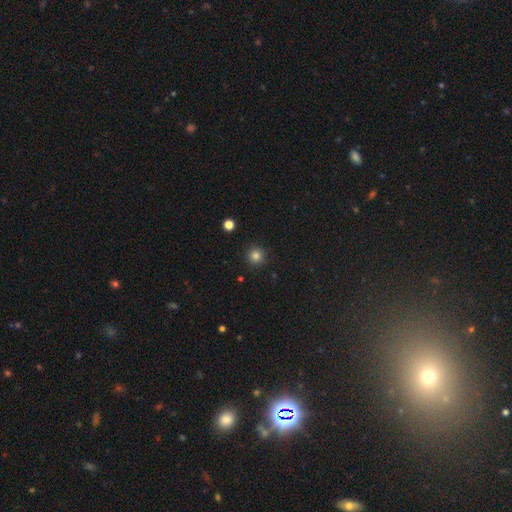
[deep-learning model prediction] Morphology: type=smooth (83%); roundness=round (95%); merging=none (91%).